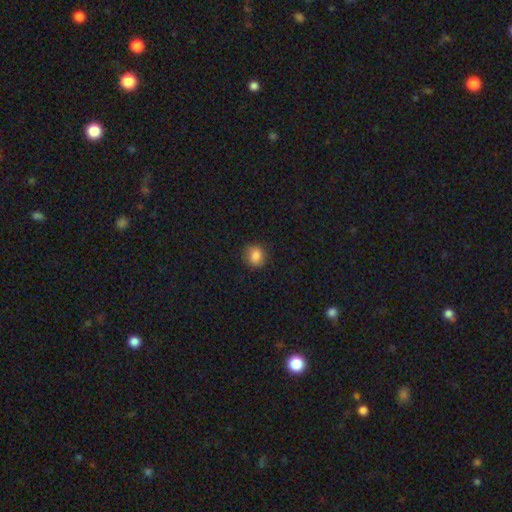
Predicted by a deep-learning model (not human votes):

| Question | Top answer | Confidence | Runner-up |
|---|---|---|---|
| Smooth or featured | smooth | 83% | star or artifact (10%) |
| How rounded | round | 78% | in between (21%) |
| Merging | none | 85% | minor disturbance (11%) |